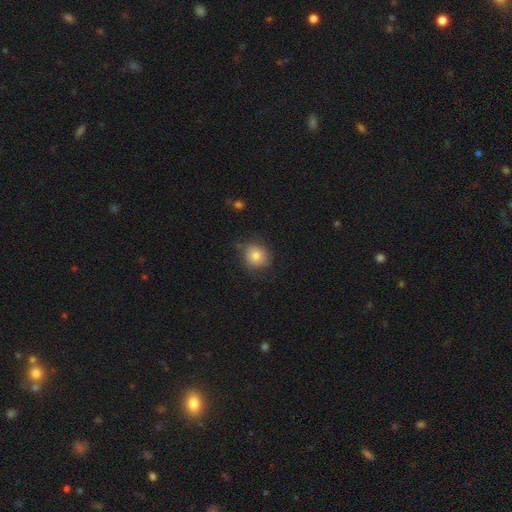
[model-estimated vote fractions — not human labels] This is likely a smooth galaxy (77%). How rounded: clearly round (84%). Merging: likely none (71%).